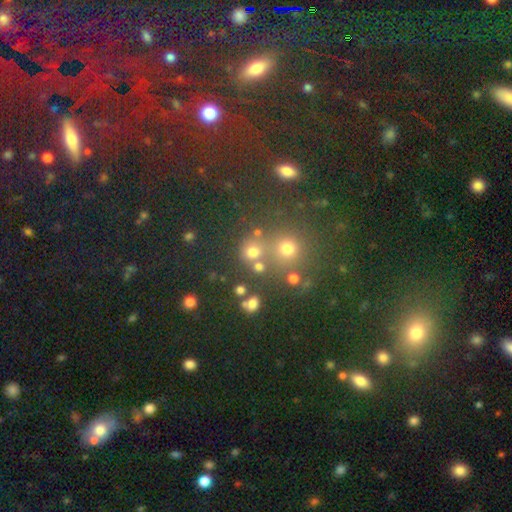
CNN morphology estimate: smooth_or_featured: smooth (p=0.57) [alt: star or artifact p=0.33]
how_rounded: round (p=0.89) [alt: in between p=0.10]
merging: none (p=0.68) [alt: merger p=0.20]